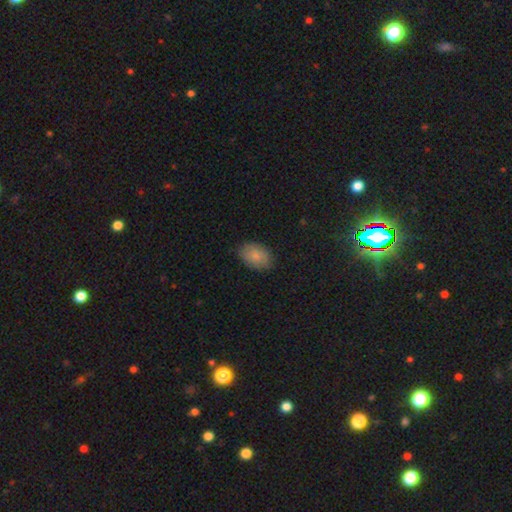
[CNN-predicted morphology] Smooth or featured? Predicted: smooth (p=0.83). How rounded? Predicted: in between (p=0.82). Merging? Predicted: none (p=0.80).